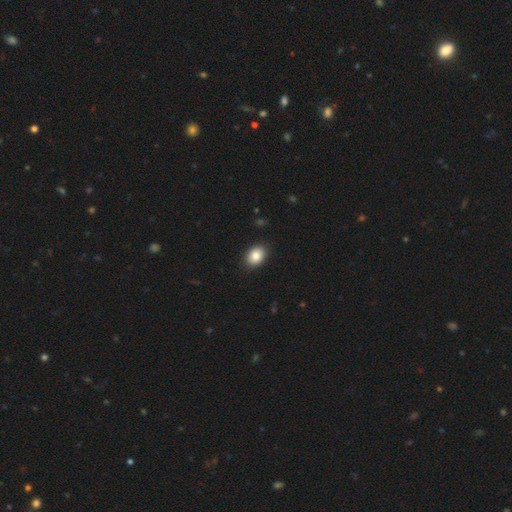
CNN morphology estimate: A smooth galaxy with no disk features (87%) that is in between round and cigar-shaped (72%).

Vote fractions:
- Smooth or featured? smooth: 87% / star or artifact: 8% / featured or disk: 6%
- How rounded? in between: 72% / round: 27% / cigar-shaped: 1%
- Merging? none: 90% / minor disturbance: 8% / major disturbance: 2% / merger: 1%